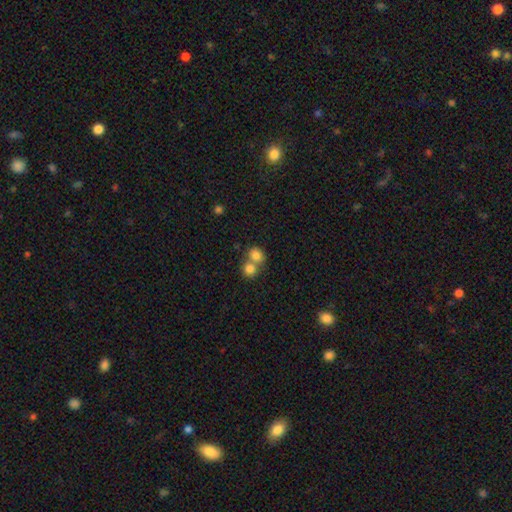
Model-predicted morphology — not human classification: smooth 79%, star or artifact 11%, featured or disk 10%. Down the decision tree: how rounded — round (73%); merging — merger (58%).